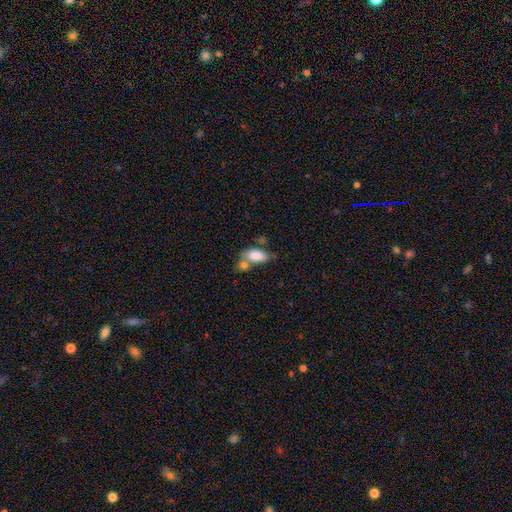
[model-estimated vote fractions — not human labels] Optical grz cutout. It shows a smooth galaxy with no disk features (82%) that is in between round and cigar-shaped (89%). Merging: merger (43%).